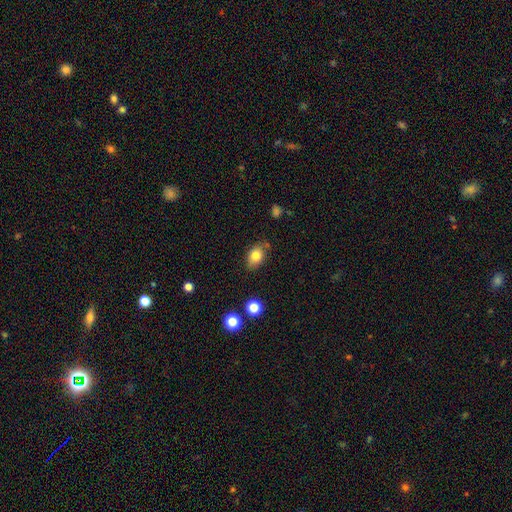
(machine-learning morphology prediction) A smooth galaxy with no disk features (81%) that is in between round and cigar-shaped (79%).

Vote fractions:
- Smooth or featured? smooth: 81% / featured or disk: 10% / star or artifact: 9%
- How rounded? in between: 79% / round: 20% / cigar-shaped: 1%
- Merging? none: 75% / minor disturbance: 18% / merger: 4% / major disturbance: 4%